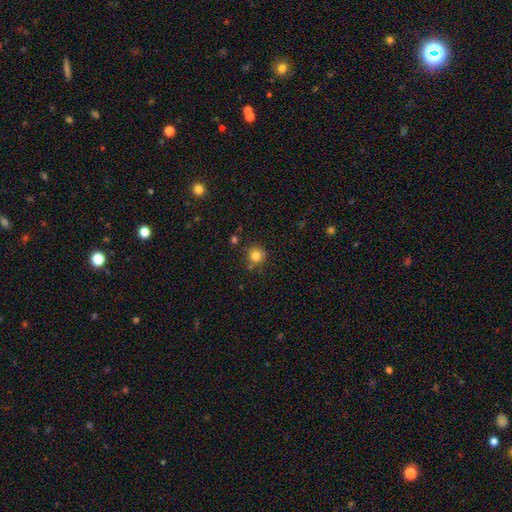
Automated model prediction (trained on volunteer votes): The model was most divided on "merging": none: 78%, minor disturbance: 12%, merger: 7%, major disturbance: 3%. More confident: how rounded — round (93%); smooth or featured — smooth (81%).